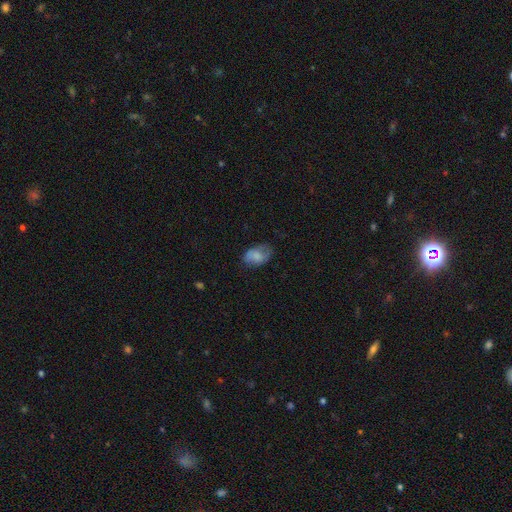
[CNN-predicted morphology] smooth 71%, featured or disk 21%, star or artifact 8%. Down the decision tree: how rounded — in between (86%); merging — none (59%).